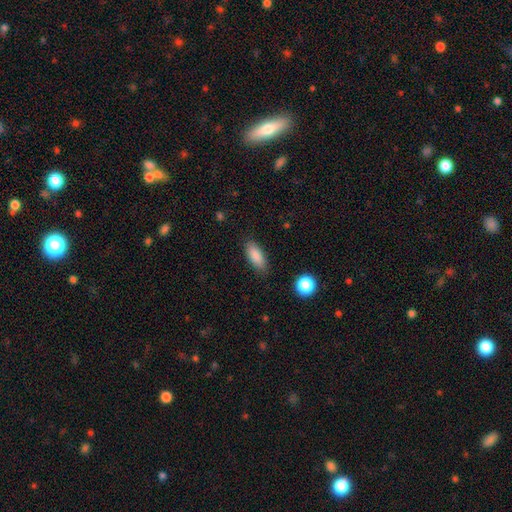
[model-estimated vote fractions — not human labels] Smooth or featured: smooth — 87% (star or artifact — 7%)
How rounded: in between — 78% (cigar-shaped — 20%)
Merging: none — 85% (minor disturbance — 11%)